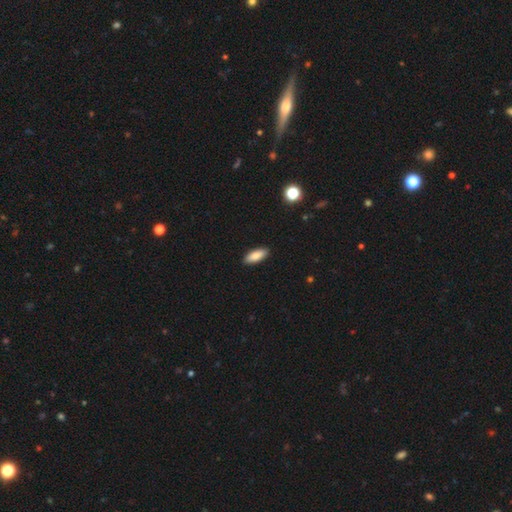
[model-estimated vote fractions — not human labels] A smooth galaxy with no disk features (86%) that is in between round and cigar-shaped (75%). Merging: none (90%).